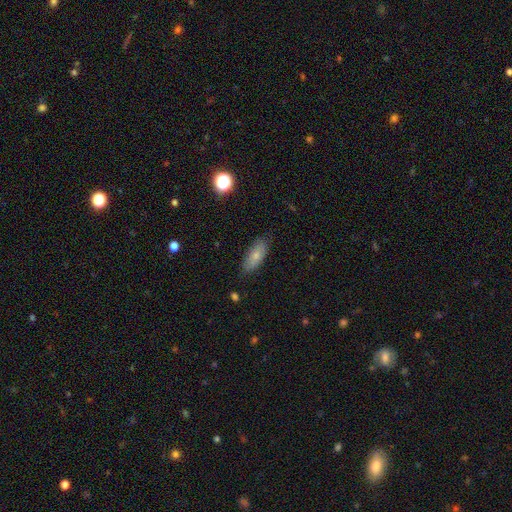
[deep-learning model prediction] This is likely a smooth galaxy (76%). How rounded: likely in between (79%). Merging: clearly none (80%).